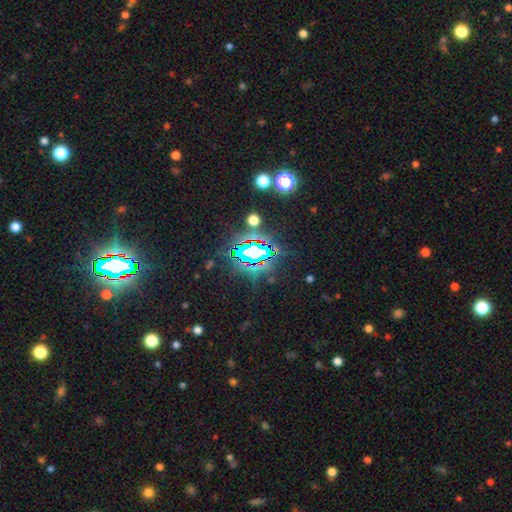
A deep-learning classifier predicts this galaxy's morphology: Smooth or featured?
  - star or artifact: 75% *
  - smooth: 13%
  - featured or disk: 11%